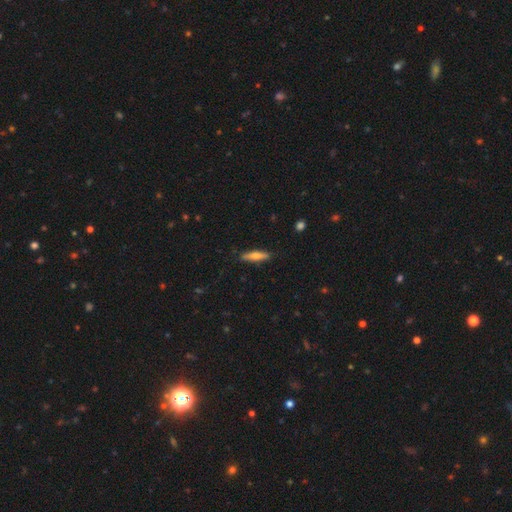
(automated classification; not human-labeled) smooth_or_featured: smooth (p=0.60) [alt: featured or disk p=0.33]
how_rounded: cigar-shaped (p=0.80) [alt: in between p=0.18]
merging: none (p=0.87) [alt: minor disturbance p=0.10]